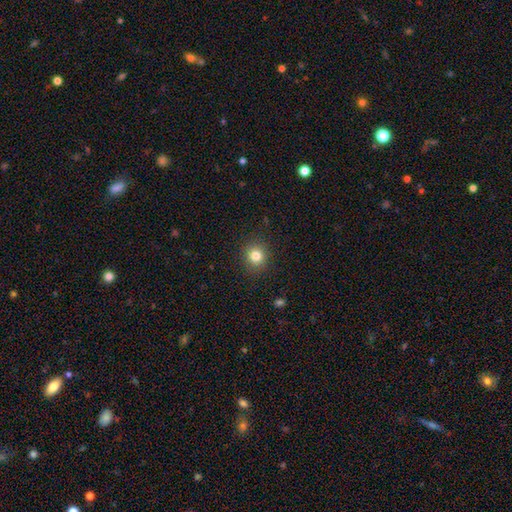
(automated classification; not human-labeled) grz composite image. It shows a smooth galaxy with no disk features (82%) that is round (87%). Merging: none (90%).